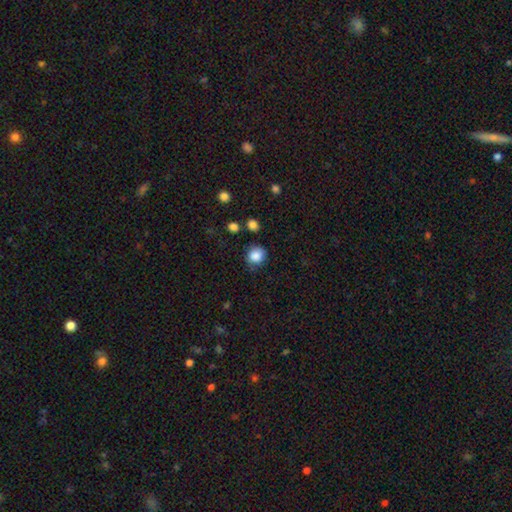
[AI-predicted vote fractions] Smooth or featured?
  - smooth: 86% *
  - star or artifact: 9%
  - featured or disk: 5%
How rounded?
  - round: 80% *
  - in between: 19%
  - cigar-shaped: 1%
Merging?
  - none: 74% *
  - minor disturbance: 18%
  - major disturbance: 4%
  - merger: 3%